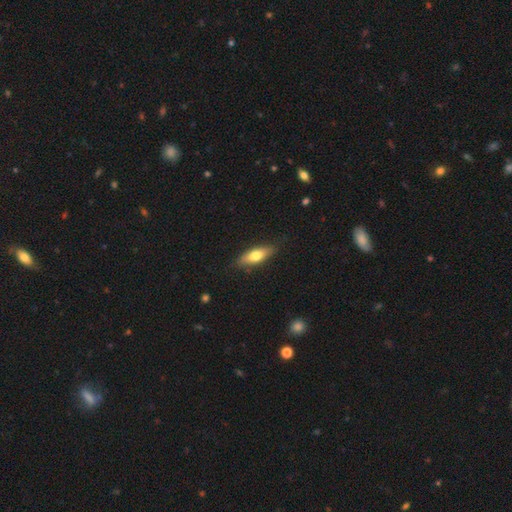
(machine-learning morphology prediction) Smooth or featured: smooth — 66% (featured or disk — 28%)
How rounded: in between — 61% (cigar-shaped — 37%)
Merging: none — 83% (minor disturbance — 13%)